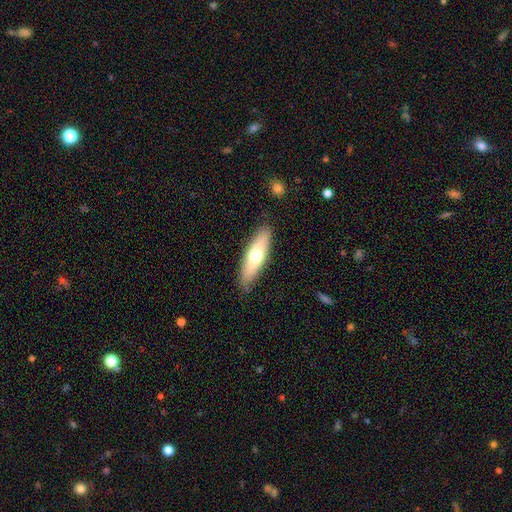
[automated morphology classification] smooth-or-featured: smooth: 61% | featured or disk: 33% | star or artifact: 6%
  how-rounded: cigar-shaped: 57% | in between: 41% | round: 2%
  merging: none: 86% | minor disturbance: 10% | major disturbance: 2% | merger: 1%